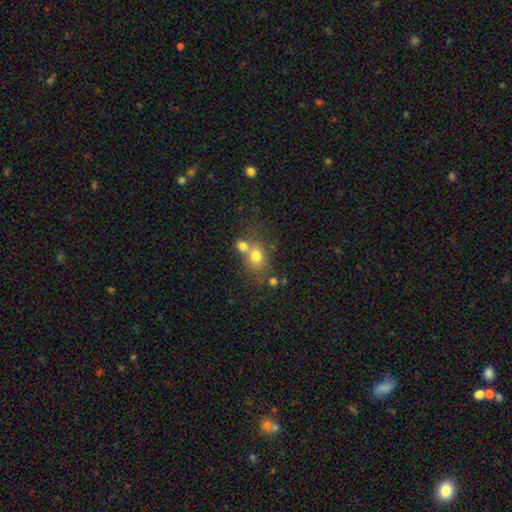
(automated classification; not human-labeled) Smooth or featured? Predicted: smooth (p=0.74). How rounded? Predicted: round (p=0.57). Merging? Predicted: merger (p=0.43).